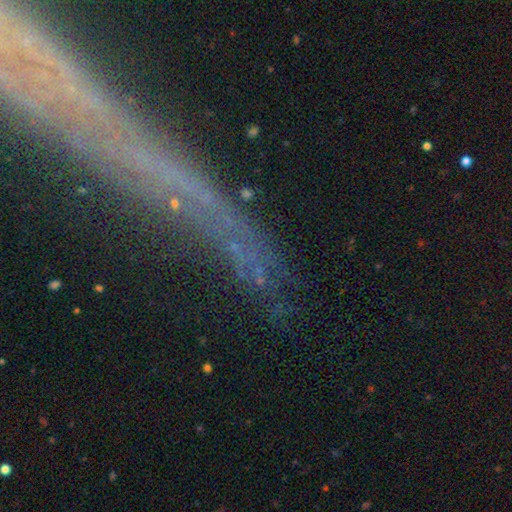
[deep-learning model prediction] Smooth or featured: star or artifact — 47% (featured or disk — 28%)